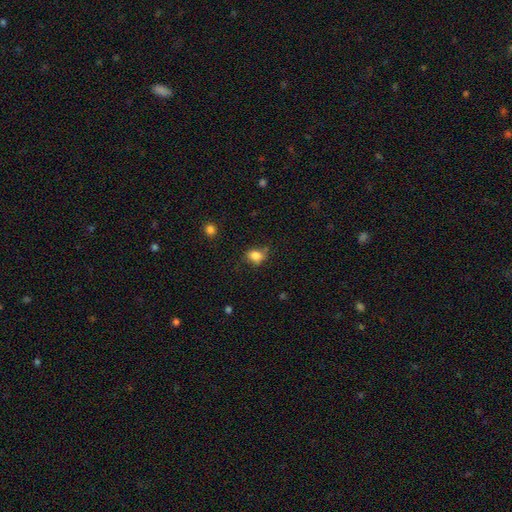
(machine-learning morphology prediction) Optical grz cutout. It shows a smooth galaxy with no disk features (81%) that is in between round and cigar-shaped (62%). Merging: none (56%).